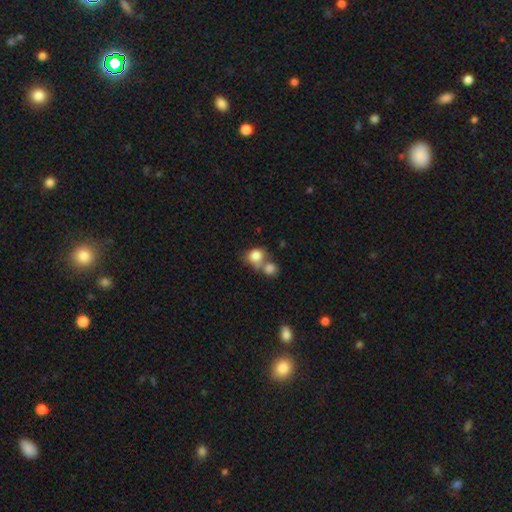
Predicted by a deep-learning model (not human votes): This appears to be a smooth galaxy with no disk features (81%) that is round (63%). Merging: merger (56%).